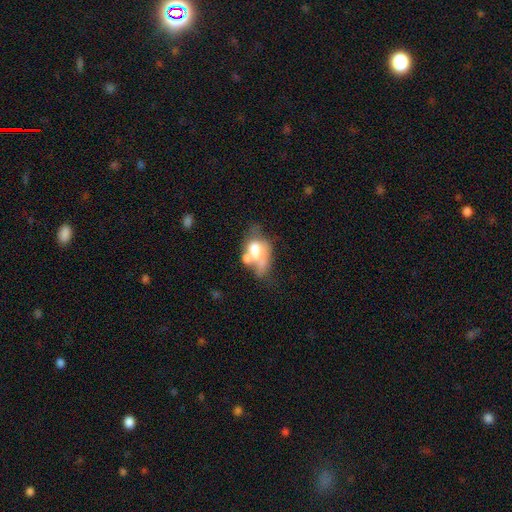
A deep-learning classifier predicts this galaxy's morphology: smooth 52%, featured or disk 38%, star or artifact 10%. Down the decision tree: how rounded — in between (81%); merging — merger (48%).